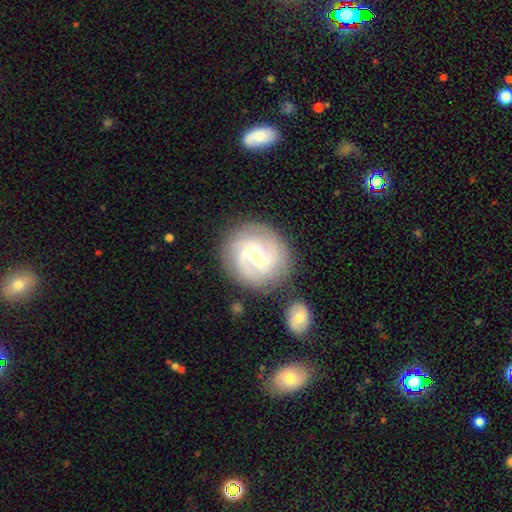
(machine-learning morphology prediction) The model was most divided on "spiral winding": medium: 45%, tight: 42%, loose: 12%. More confident: edge-on disk — no (97%); spiral arms — yes (97%); smooth or featured — featured or disk (85%); merging — none (77%); bulge size — moderate (54%); spiral arm count — 2 (53%); bar — weak (52%).